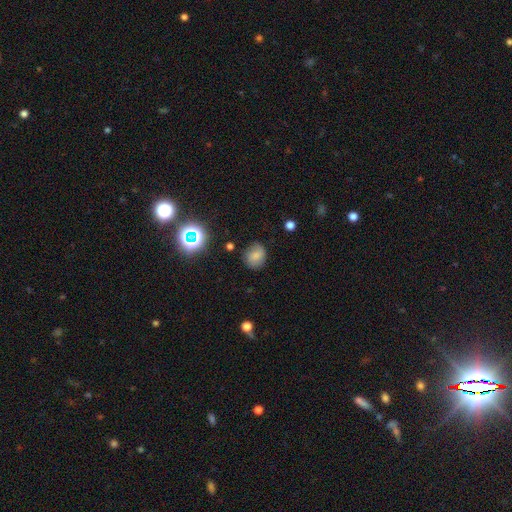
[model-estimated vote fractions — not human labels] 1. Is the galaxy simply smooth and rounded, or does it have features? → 72% smooth, 15% star or artifact, 13% featured or disk.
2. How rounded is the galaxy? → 73% round, 26% in between, 1% cigar-shaped.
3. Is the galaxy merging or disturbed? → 76% none, 17% minor disturbance, 5% major disturbance, 2% merger.